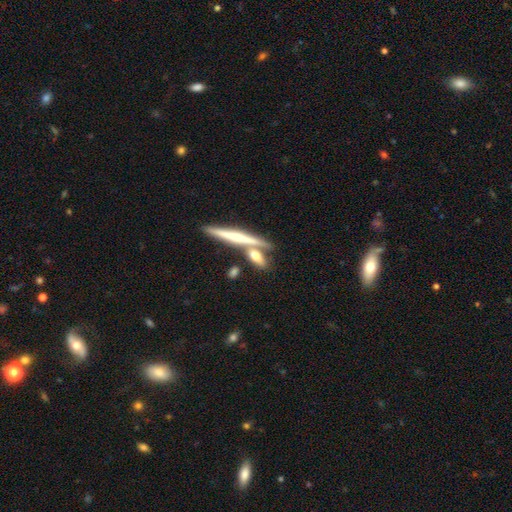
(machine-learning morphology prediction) smooth 56%, featured or disk 36%, star or artifact 7%. Down the decision tree: how rounded — cigar-shaped (54%); merging — none (58%).